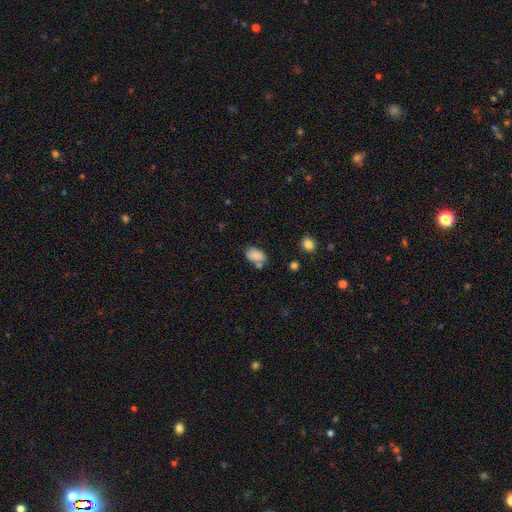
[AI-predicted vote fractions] smooth-or-featured: smooth: 81% | featured or disk: 11% | star or artifact: 8%
  how-rounded: in between: 90% | round: 9% | cigar-shaped: 1%
  merging: none: 58% | minor disturbance: 20% | merger: 16% | major disturbance: 5%